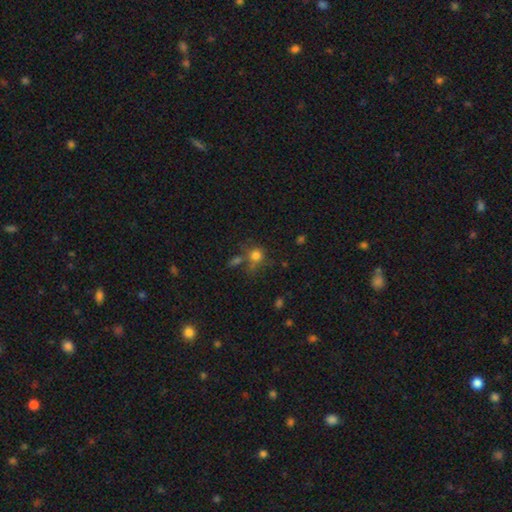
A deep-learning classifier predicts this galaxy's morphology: Smooth or featured?
  - smooth: 75% *
  - star or artifact: 15%
  - featured or disk: 10%
How rounded?
  - round: 85% *
  - in between: 14%
  - cigar-shaped: 1%
Merging?
  - none: 56% *
  - merger: 20%
  - minor disturbance: 15%
  - major disturbance: 9%